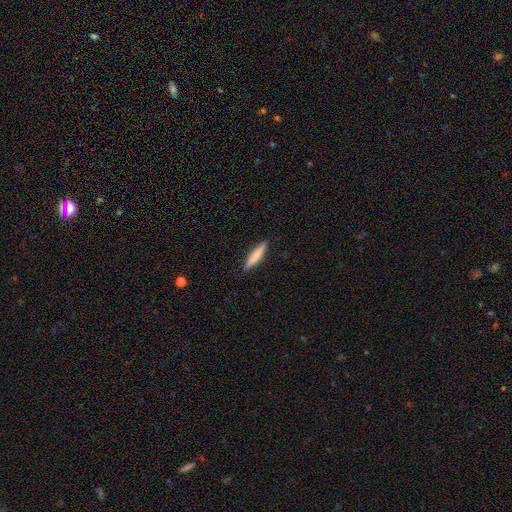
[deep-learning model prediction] Morphology: type=smooth (71%); roundness=cigar-shaped (89%); merging=none (90%).